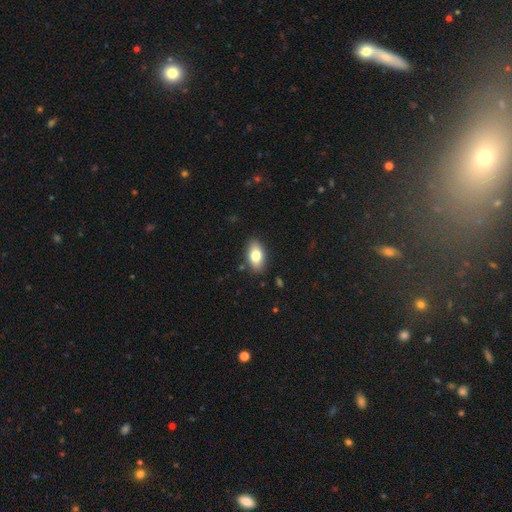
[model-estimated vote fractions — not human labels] Smooth or featured?
  - smooth: 79% *
  - featured or disk: 14%
  - star or artifact: 7%
How rounded?
  - in between: 91% *
  - round: 6%
  - cigar-shaped: 3%
Merging?
  - none: 86% *
  - minor disturbance: 10%
  - major disturbance: 2%
  - merger: 1%